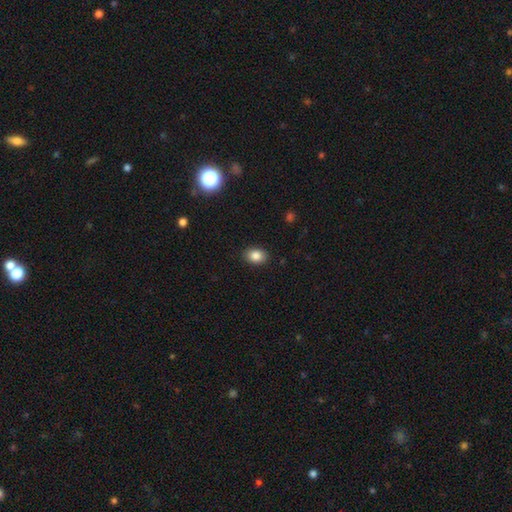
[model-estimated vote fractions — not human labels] A smooth galaxy with no disk features (85%) that is in between round and cigar-shaped (72%). Merging: none (89%).